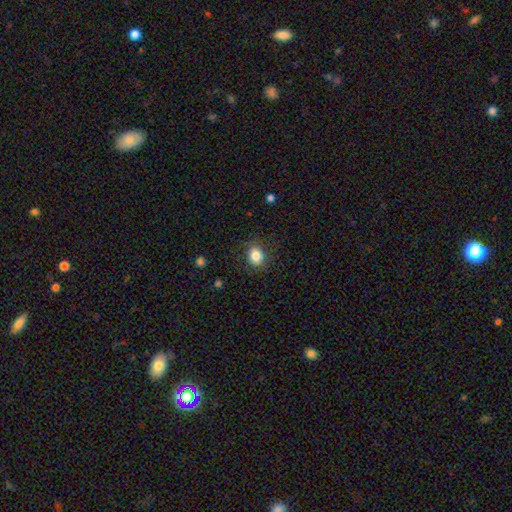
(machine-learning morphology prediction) A smooth galaxy with no disk features (83%) that is round (53%). Merging: none (84%).